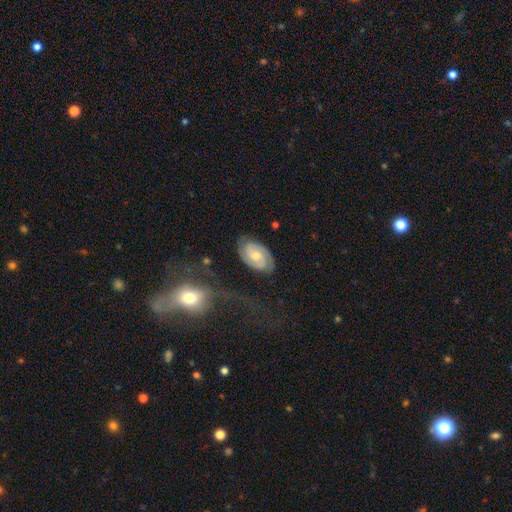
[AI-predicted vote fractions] The model was most divided on "bulge size": small: 50%, moderate: 44%, none: 2%, large: 2%, dominant: 1%. More confident: edge-on disk — no (95%); spiral arms — yes (89%); merging — none (76%); spiral arm count — 2 (67%); smooth or featured — featured or disk (65%); spiral winding — tight (57%); bar — no (57%).